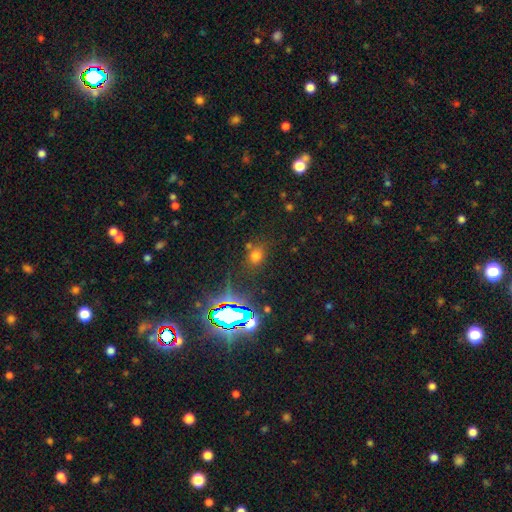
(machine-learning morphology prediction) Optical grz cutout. It shows a smooth galaxy with no disk features (61%) that is round (57%). Merging: none (75%).